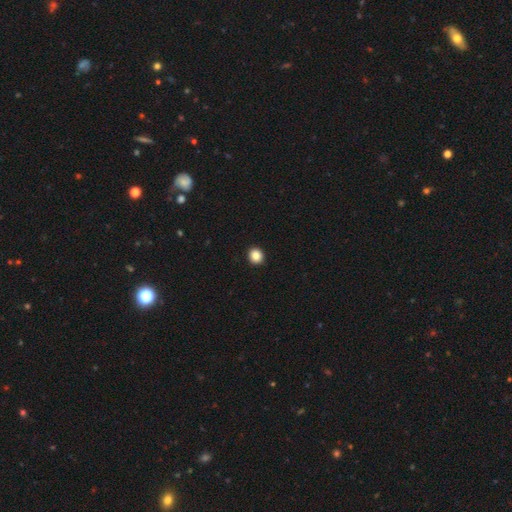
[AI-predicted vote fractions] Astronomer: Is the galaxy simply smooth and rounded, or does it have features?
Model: smooth — 87%.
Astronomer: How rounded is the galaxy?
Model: round — 87%.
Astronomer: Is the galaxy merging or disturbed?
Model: none — 93%.